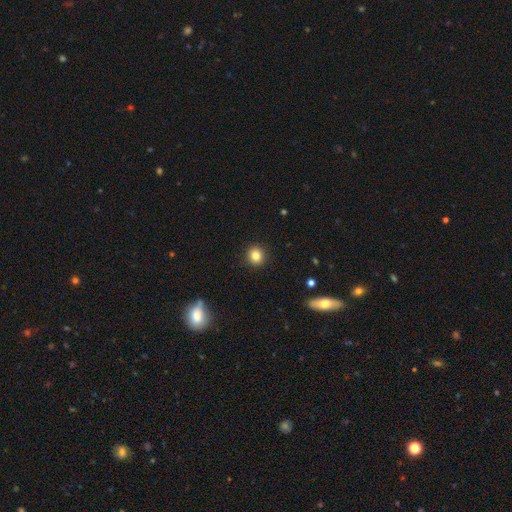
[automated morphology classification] smooth-or-featured: smooth: 83% | star or artifact: 11% | featured or disk: 6%
  how-rounded: round: 91% | in between: 8% | cigar-shaped: 1%
  merging: none: 92% | minor disturbance: 5% | major disturbance: 2% | merger: 1%